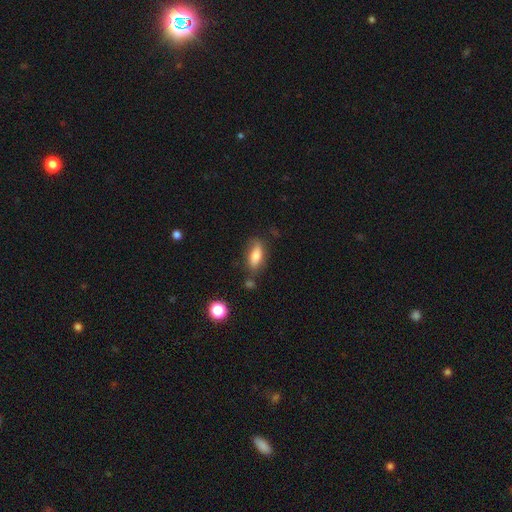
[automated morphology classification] Smooth or featured? smooth (75%)
How rounded? in between (79%)
Merging? none (67%)